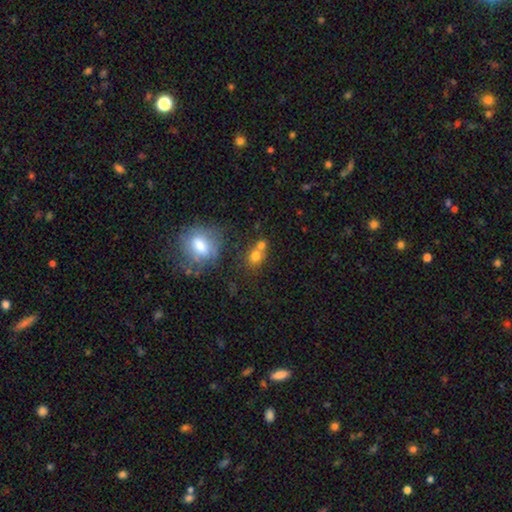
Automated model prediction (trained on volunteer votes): This appears to be a smooth galaxy with no disk features (73%) that is round (60%). Merging: merger (47%).